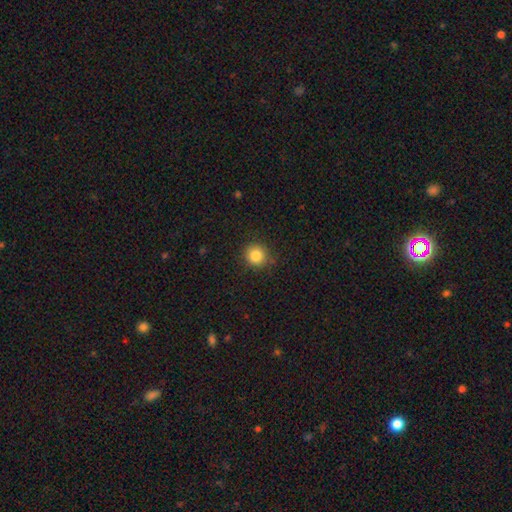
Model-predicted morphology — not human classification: smooth_or_featured: smooth (p=0.84) [alt: star or artifact p=0.11]
how_rounded: round (p=0.91) [alt: in between p=0.08]
merging: none (p=0.85) [alt: minor disturbance p=0.11]